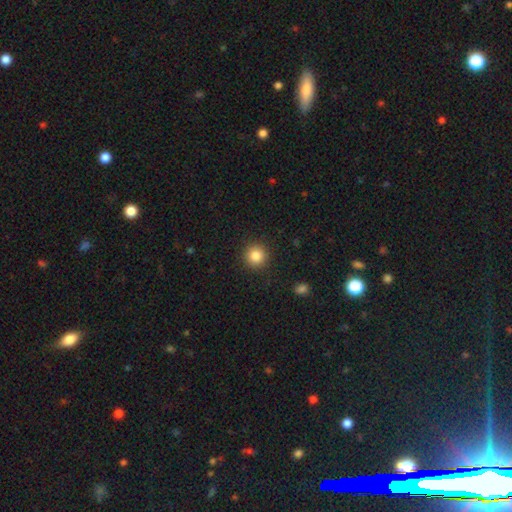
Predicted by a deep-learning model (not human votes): Smooth or featured?
  - smooth: 85% *
  - star or artifact: 10%
  - featured or disk: 5%
How rounded?
  - round: 94% *
  - in between: 5%
  - cigar-shaped: 1%
Merging?
  - none: 91% *
  - minor disturbance: 6%
  - major disturbance: 2%
  - merger: 1%